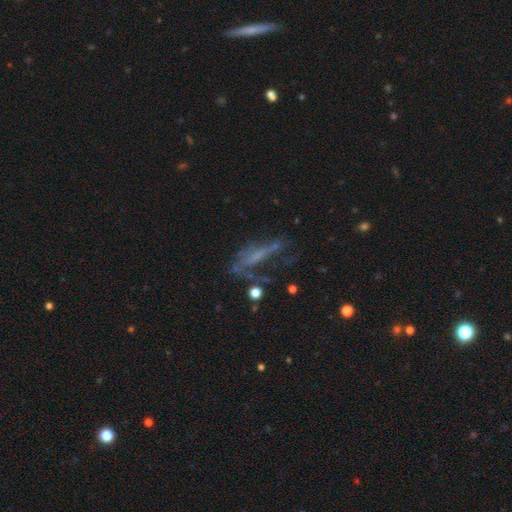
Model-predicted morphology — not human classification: Overall: featured or disk (48%; smooth 33%). Merging: none (37%; major disturbance 33%).